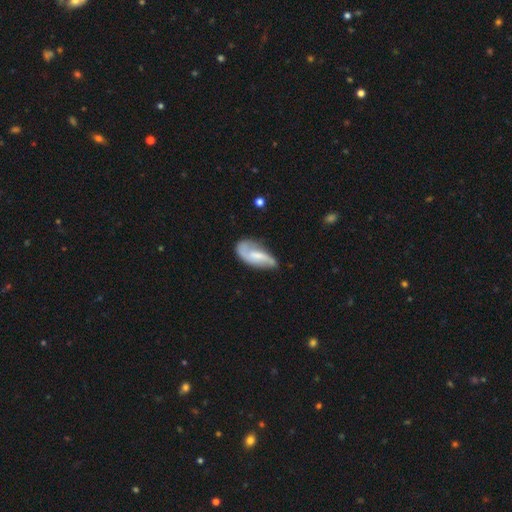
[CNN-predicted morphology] smooth_or_featured: featured or disk (p=0.57) [alt: smooth p=0.37]
disk_edge_on: no (p=0.92) [alt: yes p=0.08]
bar: weak (p=0.43) [alt: no p=0.37]
has_spiral_arms: yes (p=0.82) [alt: no p=0.18]
bulge_size: small (p=0.34) [alt: moderate p=0.31]
merging: none (p=0.46) [alt: minor disturbance p=0.31]